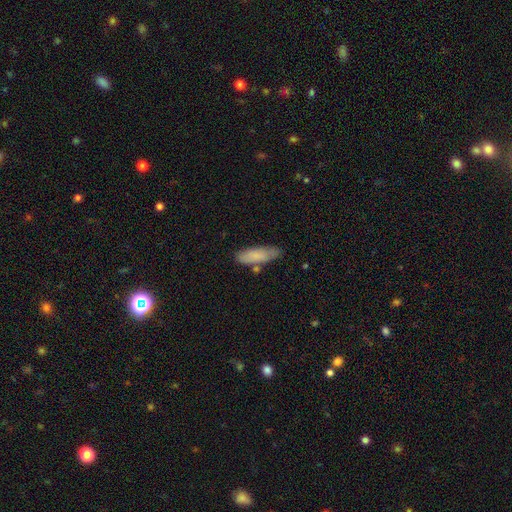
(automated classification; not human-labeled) smooth-or-featured: smooth: 81% | featured or disk: 12% | star or artifact: 6%
  how-rounded: in between: 51% | cigar-shaped: 47% | round: 2%
  merging: none: 72% | minor disturbance: 18% | merger: 6% | major disturbance: 4%